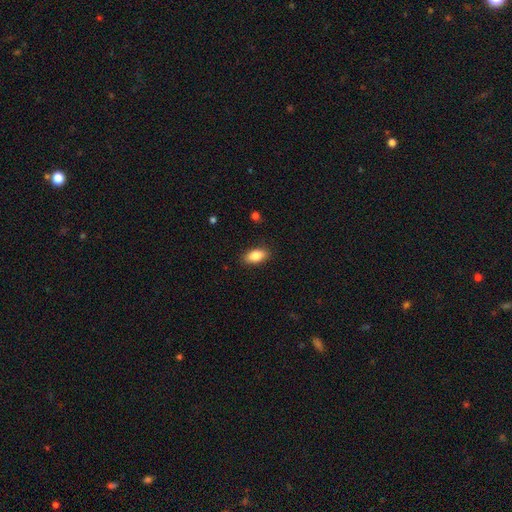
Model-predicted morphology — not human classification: A smooth galaxy with no disk features (85%) that is in between round and cigar-shaped (90%). Merging: none (88%).